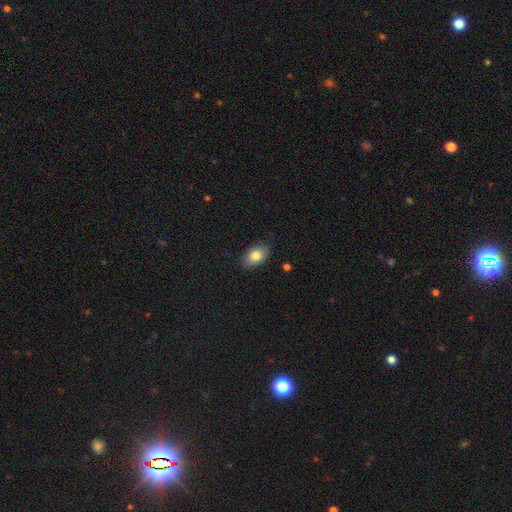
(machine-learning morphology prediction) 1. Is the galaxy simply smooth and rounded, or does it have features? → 81% smooth, 11% featured or disk, 8% star or artifact.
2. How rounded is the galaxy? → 87% in between, 11% round, 1% cigar-shaped.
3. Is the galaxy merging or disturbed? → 87% none, 10% minor disturbance, 2% major disturbance, 1% merger.